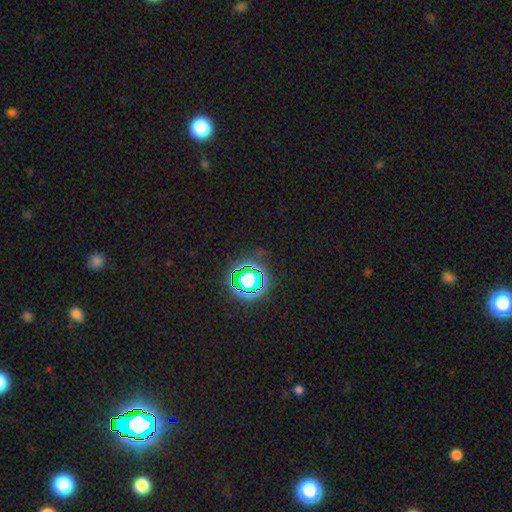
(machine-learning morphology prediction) Smooth or featured: star or artifact — 77% (smooth — 16%)